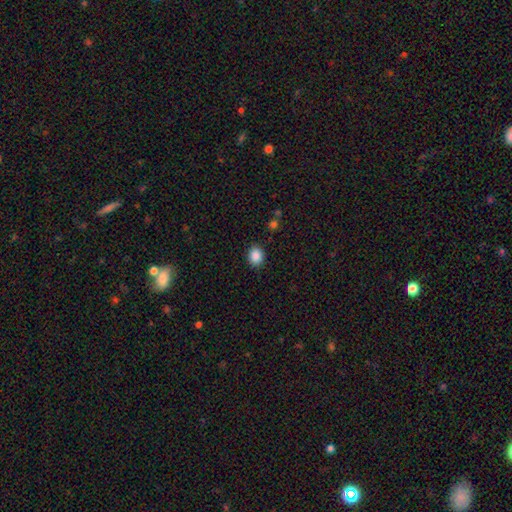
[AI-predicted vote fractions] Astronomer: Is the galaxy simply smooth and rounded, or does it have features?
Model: smooth — 88%.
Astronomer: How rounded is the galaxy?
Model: round — 60% (runner-up: in between, 39%).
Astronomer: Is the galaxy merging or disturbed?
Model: none — 88%.